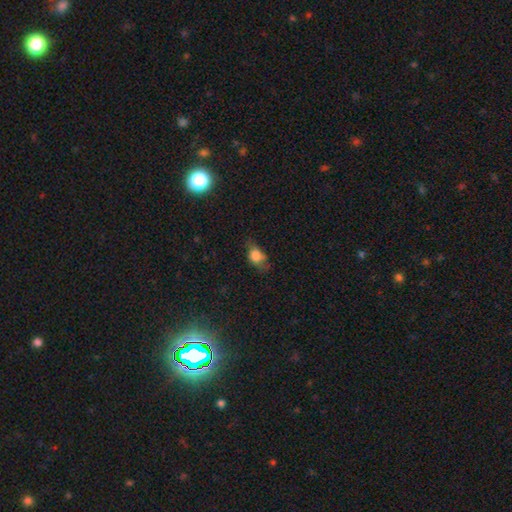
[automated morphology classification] Overall: smooth (74%). How rounded: in between (70%). Merging: none (47%; minor disturbance 33%).